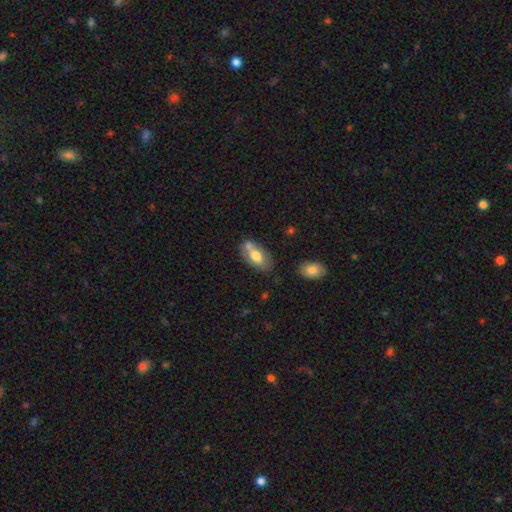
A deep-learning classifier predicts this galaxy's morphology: A smooth galaxy with no disk features (68%) that is in between round and cigar-shaped (90%). Merging: none (50%).